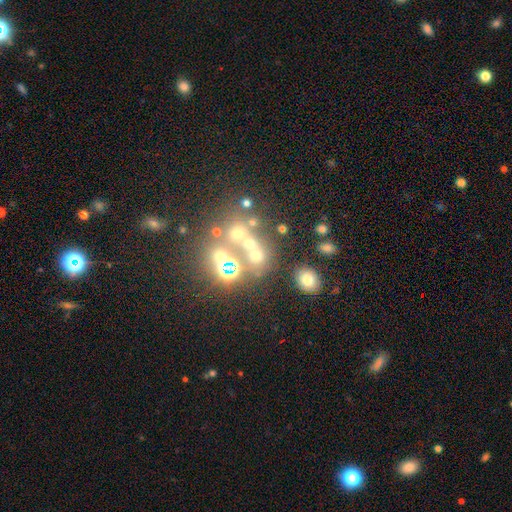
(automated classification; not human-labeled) smooth 50%, star or artifact 34%, featured or disk 16%. Down the decision tree: how rounded — round (74%); merging — none (55%).